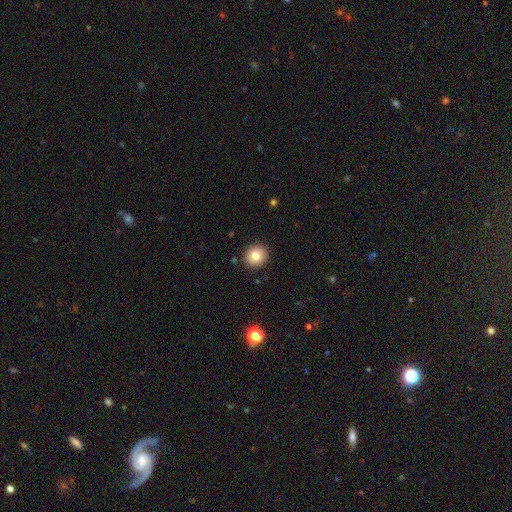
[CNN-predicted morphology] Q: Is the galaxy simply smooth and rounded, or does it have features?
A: smooth — 81%.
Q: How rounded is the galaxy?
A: round — 90%.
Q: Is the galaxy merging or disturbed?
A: none — 91%.